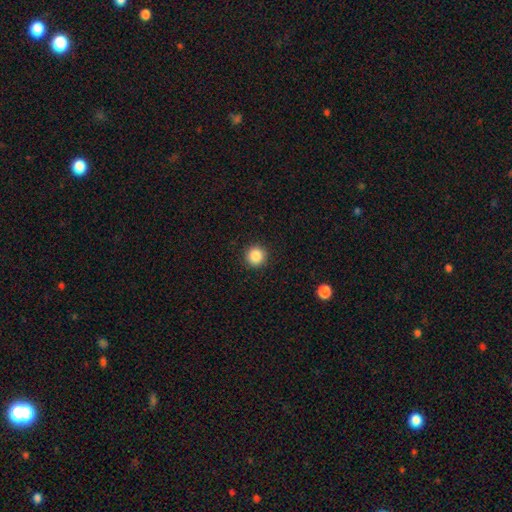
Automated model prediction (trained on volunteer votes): This appears to be a smooth galaxy with no disk features (87%) that is round (94%). Merging: none (92%).